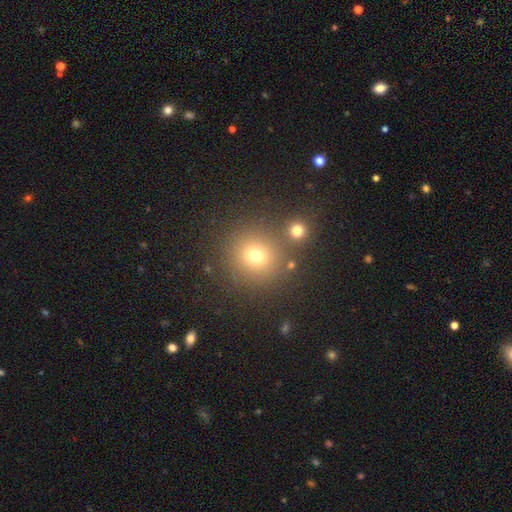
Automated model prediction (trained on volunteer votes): smooth-or-featured: smooth: 71% | star or artifact: 20% | featured or disk: 9%
  how-rounded: round: 90% | in between: 9% | cigar-shaped: 1%
  merging: none: 78% | merger: 11% | minor disturbance: 8% | major disturbance: 4%